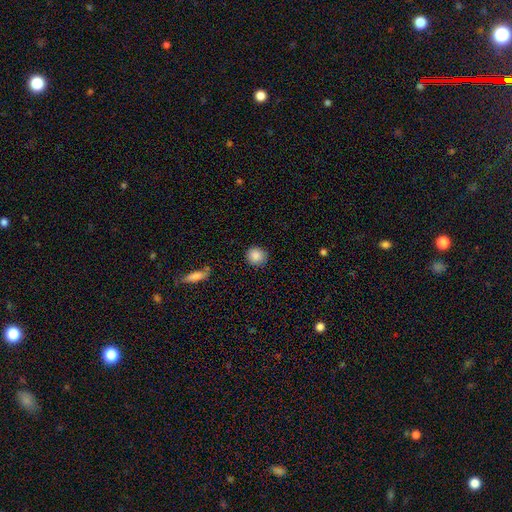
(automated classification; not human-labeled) This appears to be a smooth galaxy with no disk features (88%) that is round (89%). Merging: none (88%).